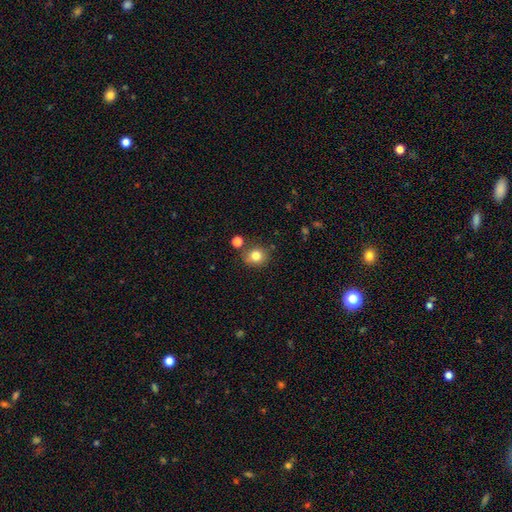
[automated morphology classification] Overall: smooth (80%). How rounded: round (82%). Merging: none (76%).